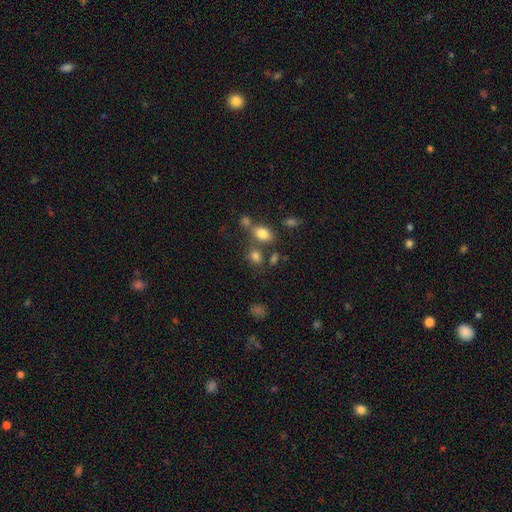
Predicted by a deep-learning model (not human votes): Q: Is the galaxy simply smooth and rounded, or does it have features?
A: smooth — 73%.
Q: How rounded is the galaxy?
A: in between — 62%.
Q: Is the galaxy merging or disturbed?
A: none — 59%.